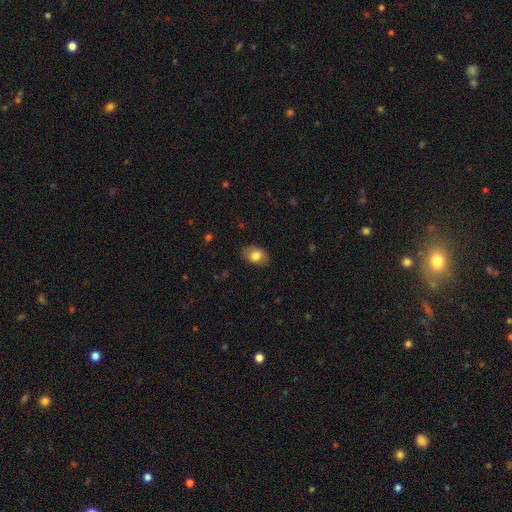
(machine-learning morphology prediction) Smooth or featured?
  - smooth: 81% *
  - featured or disk: 11%
  - star or artifact: 8%
How rounded?
  - in between: 80% *
  - round: 19%
  - cigar-shaped: 1%
Merging?
  - none: 84% *
  - minor disturbance: 12%
  - major disturbance: 3%
  - merger: 1%